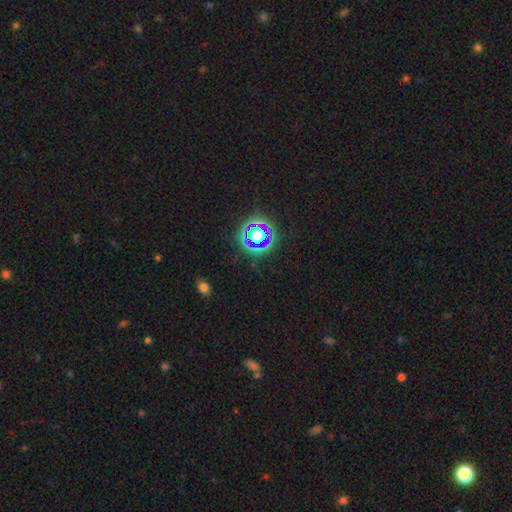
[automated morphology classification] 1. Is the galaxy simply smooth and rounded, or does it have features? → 77% star or artifact, 16% smooth, 8% featured or disk.